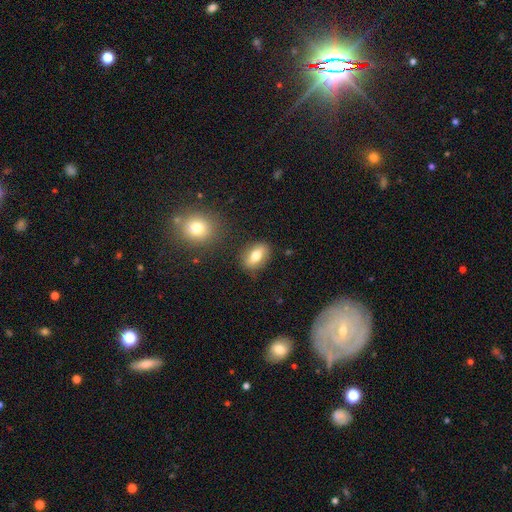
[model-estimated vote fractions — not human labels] Smooth or featured? smooth (67%)
How rounded? in between (78%)
Merging? none (83%)